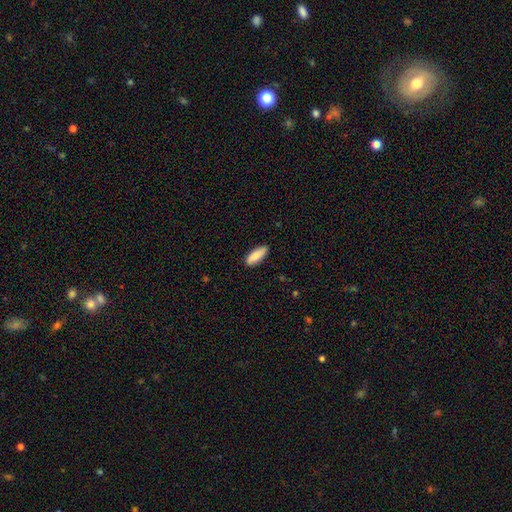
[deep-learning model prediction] This appears to be a smooth galaxy with no disk features (87%) that is in between round and cigar-shaped (70%). Merging: none (86%).